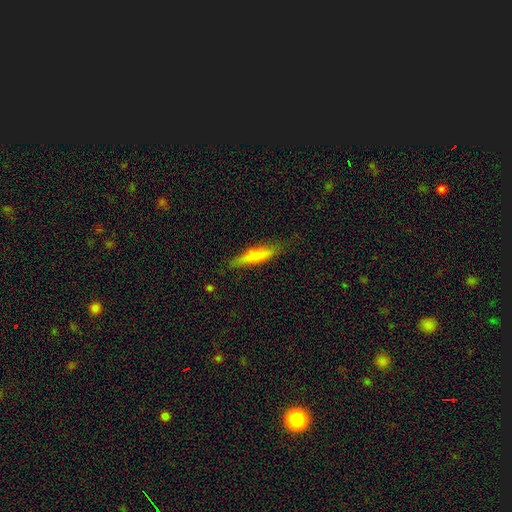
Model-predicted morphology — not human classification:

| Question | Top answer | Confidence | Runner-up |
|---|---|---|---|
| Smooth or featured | smooth | 69% | featured or disk (24%) |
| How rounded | cigar-shaped | 77% | in between (21%) |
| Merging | none | 76% | minor disturbance (18%) |